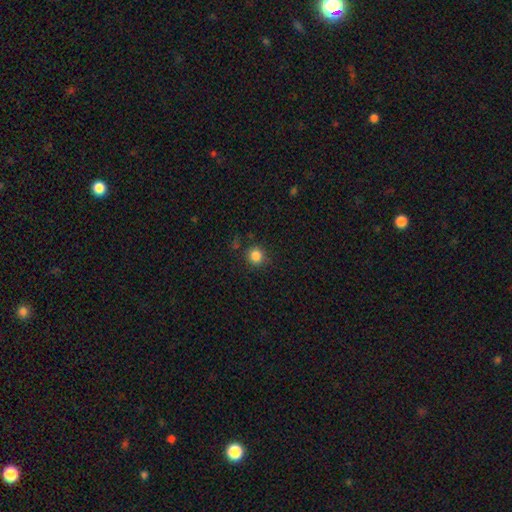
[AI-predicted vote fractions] smooth_or_featured: smooth (p=0.84) [alt: star or artifact p=0.12]
how_rounded: round (p=0.91) [alt: in between p=0.08]
merging: none (p=0.85) [alt: minor disturbance p=0.10]